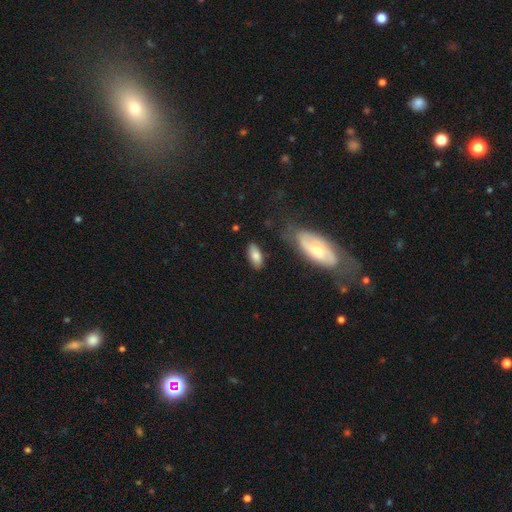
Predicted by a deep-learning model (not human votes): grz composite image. It shows a smooth galaxy with no disk features (79%) that is in between round and cigar-shaped (87%). Merging: none (80%).